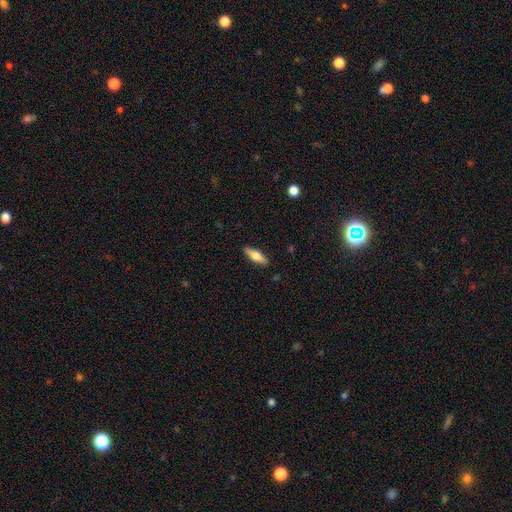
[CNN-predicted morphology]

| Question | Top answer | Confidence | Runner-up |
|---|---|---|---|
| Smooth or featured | smooth | 56% | featured or disk (38%) |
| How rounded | cigar-shaped | 55% | in between (43%) |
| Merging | none | 89% | minor disturbance (8%) |